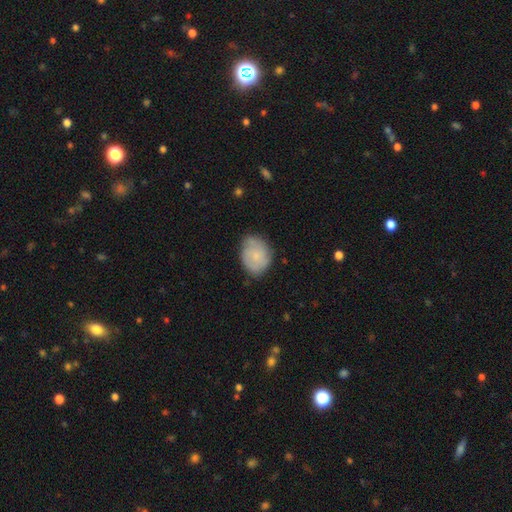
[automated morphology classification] Smooth or featured?
  - smooth: 65% *
  - featured or disk: 28%
  - star or artifact: 7%
How rounded?
  - in between: 56% *
  - round: 43%
  - cigar-shaped: 1%
Merging?
  - none: 64% *
  - minor disturbance: 28%
  - major disturbance: 6%
  - merger: 2%